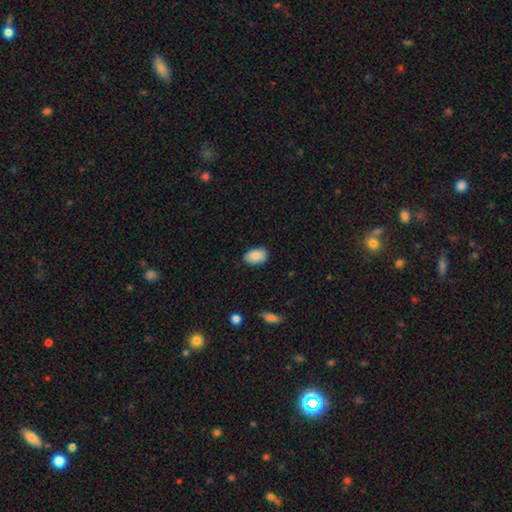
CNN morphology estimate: type=smooth (87%); roundness=in between (87%); merging=none (82%).